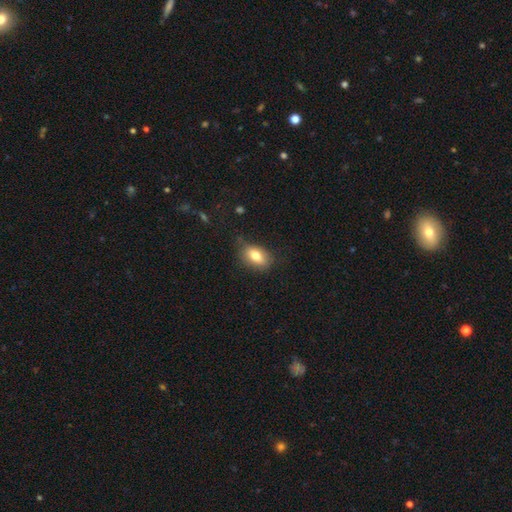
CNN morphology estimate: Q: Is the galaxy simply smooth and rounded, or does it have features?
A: smooth — 78%.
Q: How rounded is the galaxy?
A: in between — 85%.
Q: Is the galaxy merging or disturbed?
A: none — 74%.